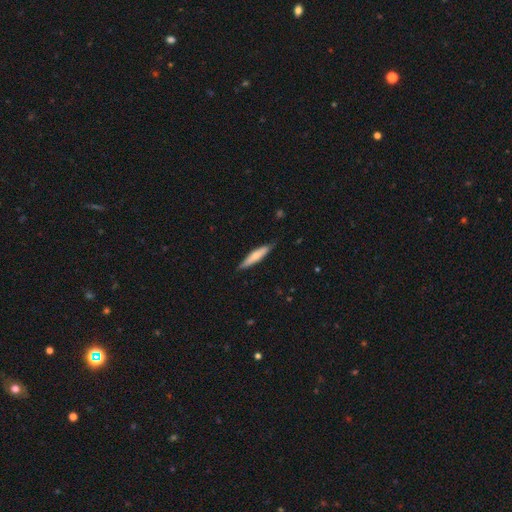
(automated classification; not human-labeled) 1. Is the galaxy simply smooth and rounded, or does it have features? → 63% smooth, 31% featured or disk, 5% star or artifact.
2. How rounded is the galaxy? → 84% cigar-shaped, 14% in between, 1% round.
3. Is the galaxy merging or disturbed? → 82% none, 14% minor disturbance, 2% major disturbance, 1% merger.